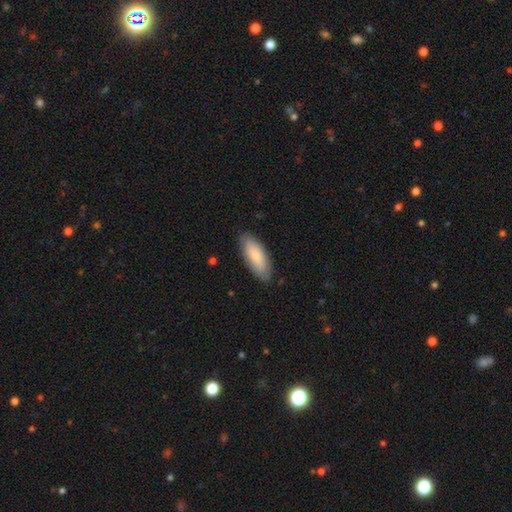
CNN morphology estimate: Q: Smooth or featured?
A: smooth (83%); runner-up: featured or disk (12%)
Q: How rounded?
A: in between (74%); runner-up: cigar-shaped (25%)
Q: Merging?
A: none (84%); runner-up: minor disturbance (12%)